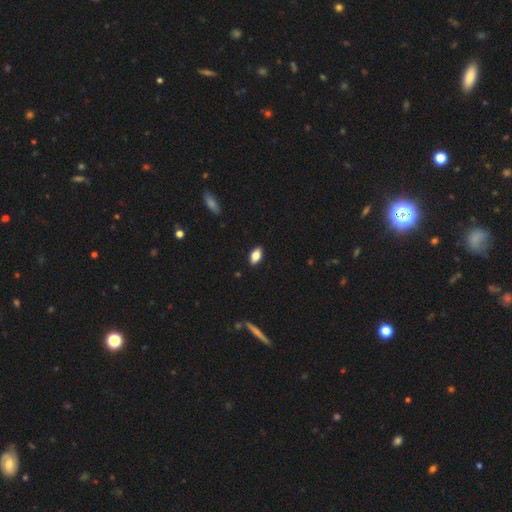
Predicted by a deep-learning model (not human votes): The model was most divided on "smooth or featured": smooth: 82%, featured or disk: 10%, star or artifact: 8%. More confident: how rounded — in between (91%); merging — none (89%).